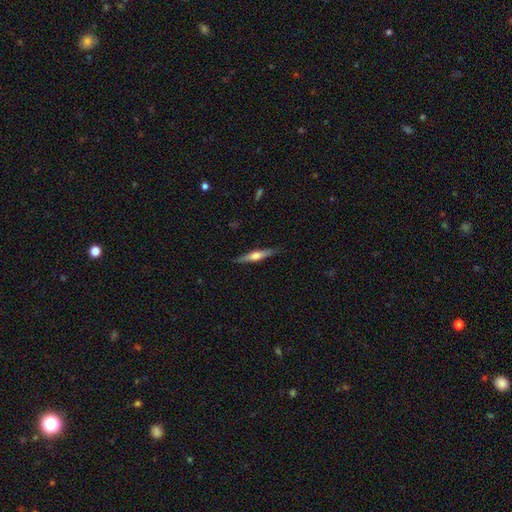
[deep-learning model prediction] Morphology: type=featured or disk (57%); edge-on=yes (96%); edge-on bulge=rounded (83%); merging=none (88%).